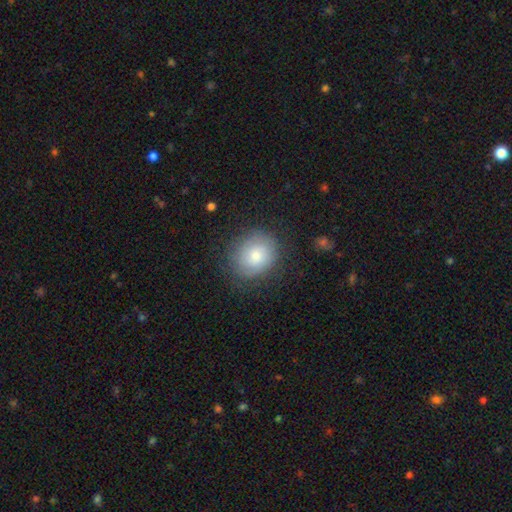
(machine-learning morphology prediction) Overall: smooth (75%). How rounded: round (69%; in between 30%). Merging: none (79%).